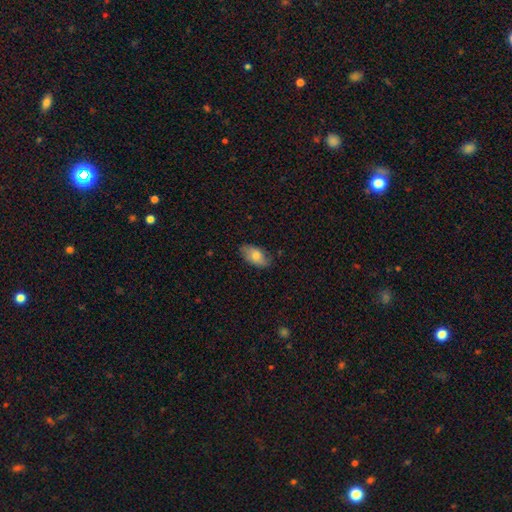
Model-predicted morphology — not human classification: smooth_or_featured: smooth (p=0.73) [alt: featured or disk p=0.20]
how_rounded: in between (p=0.93) [alt: round p=0.04]
merging: none (p=0.78) [alt: minor disturbance p=0.18]